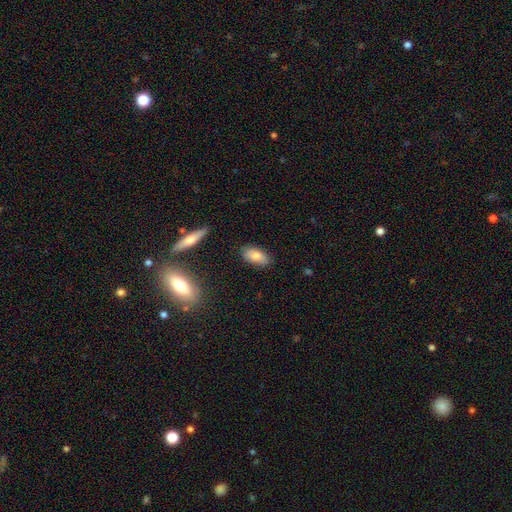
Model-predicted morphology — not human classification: Smooth or featured? smooth (77%)
How rounded? in between (91%)
Merging? none (84%)